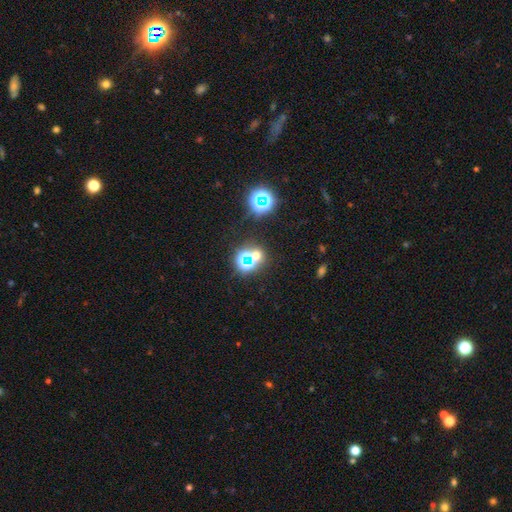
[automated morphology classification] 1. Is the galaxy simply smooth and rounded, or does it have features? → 56% star or artifact, 33% smooth, 11% featured or disk.